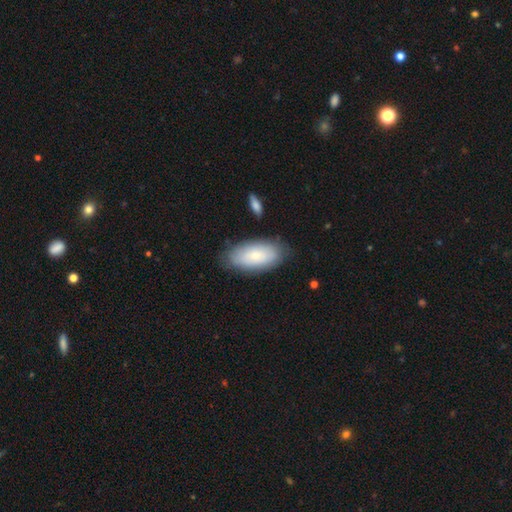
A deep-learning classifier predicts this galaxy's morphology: A smooth galaxy with no disk features (70%) that is in between round and cigar-shaped (93%).

Vote fractions:
- Smooth or featured? smooth: 70% / featured or disk: 23% / star or artifact: 6%
- How rounded? in between: 93% / cigar-shaped: 5% / round: 3%
- Merging? none: 79% / minor disturbance: 15% / major disturbance: 4% / merger: 2%